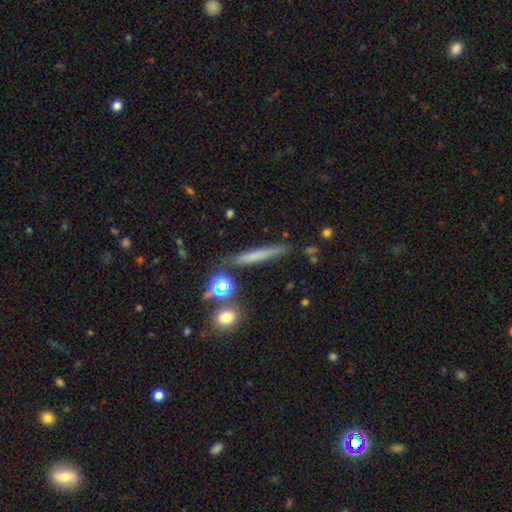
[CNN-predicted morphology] Smooth or featured? Predicted: smooth (p=0.63). How rounded? Predicted: cigar-shaped (p=0.92). Merging? Predicted: none (p=0.81).